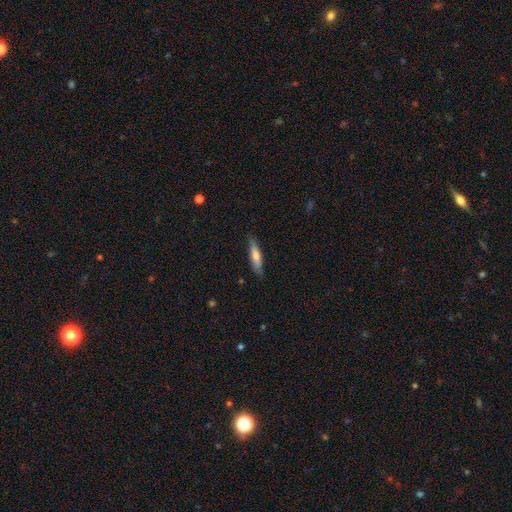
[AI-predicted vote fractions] This is likely a smooth galaxy (64%). How rounded: likely cigar-shaped (69%). Merging: clearly none (81%).